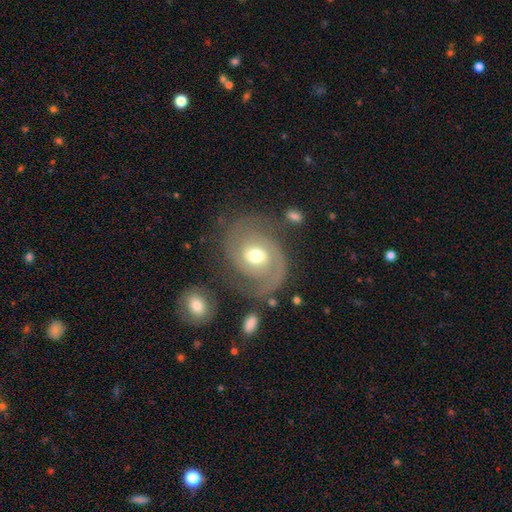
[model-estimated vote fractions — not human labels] This appears to be a featured or disk galaxy (86%) with no bar (46%), 2 (83%) medium (44%) spiral arms (95%) and a moderate central bulge (71%). Merging: none (68%).